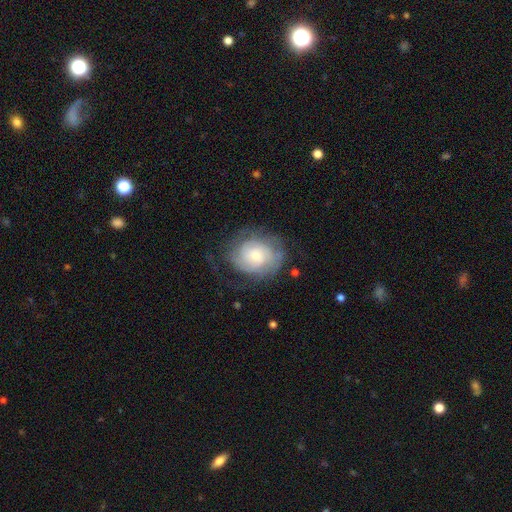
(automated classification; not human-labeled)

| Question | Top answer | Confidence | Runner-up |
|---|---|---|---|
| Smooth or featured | featured or disk | 62% | smooth (31%) |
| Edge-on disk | no | 97% | yes (3%) |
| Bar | no | 74% | weak (23%) |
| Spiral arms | yes | 85% | no (15%) |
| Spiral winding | tight | 61% | medium (28%) |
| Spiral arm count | can't tell | 45% | 2 (27%) |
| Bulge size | small | 48% | moderate (39%) |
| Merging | none | 61% | minor disturbance (22%) |